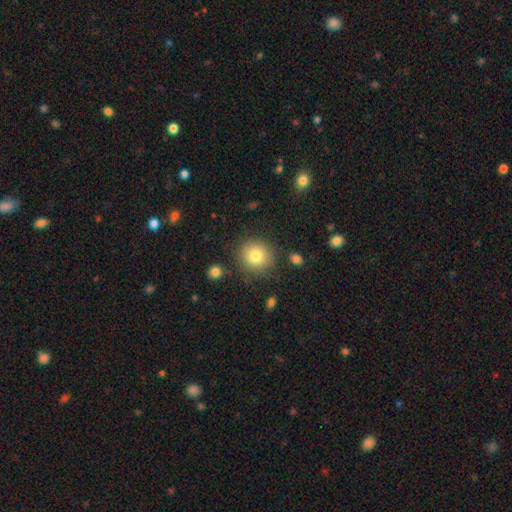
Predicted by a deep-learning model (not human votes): A smooth galaxy with no disk features (81%) that is round (89%).

Vote fractions:
- Smooth or featured? smooth: 81% / star or artifact: 10% / featured or disk: 9%
- How rounded? round: 89% / in between: 10% / cigar-shaped: 1%
- Merging? none: 84% / minor disturbance: 10% / major disturbance: 3% / merger: 3%